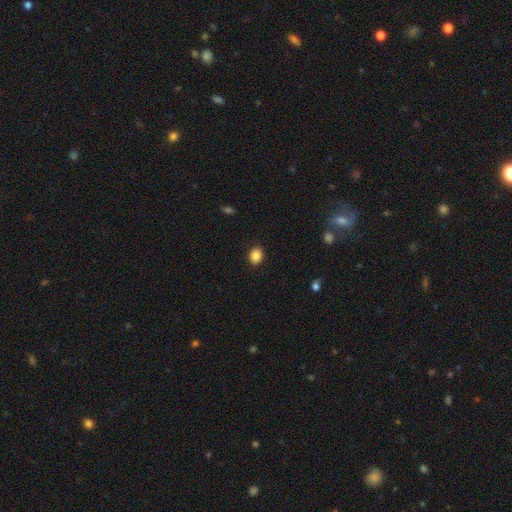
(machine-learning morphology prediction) Overall: smooth (86%). How rounded: round (51%; in between 48%). Merging: none (90%).